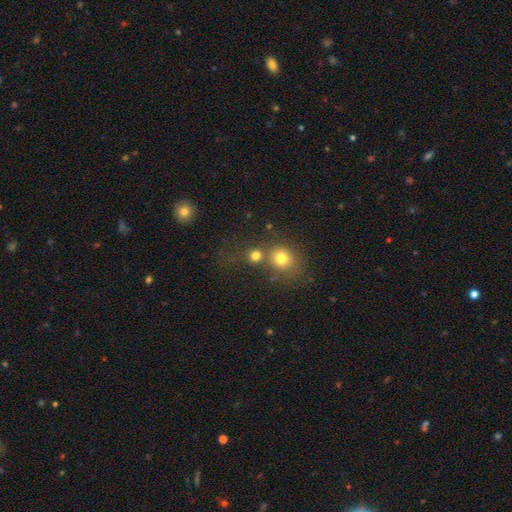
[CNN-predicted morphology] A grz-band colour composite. It shows a smooth galaxy with no disk features (75%) that is round (86%). Merging: none (54%).